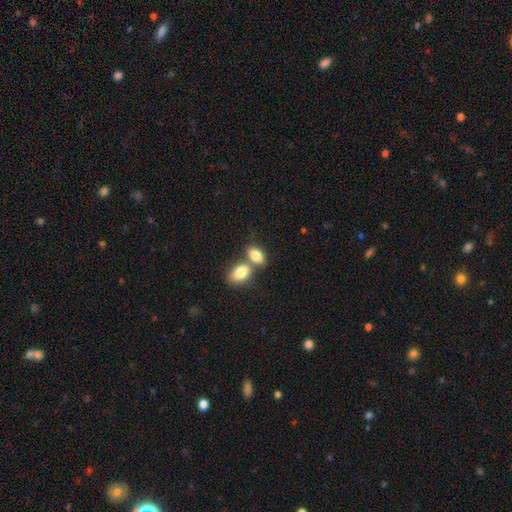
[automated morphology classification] Smooth or featured? smooth (83%)
How rounded? in between (88%)
Merging? merger (54%)